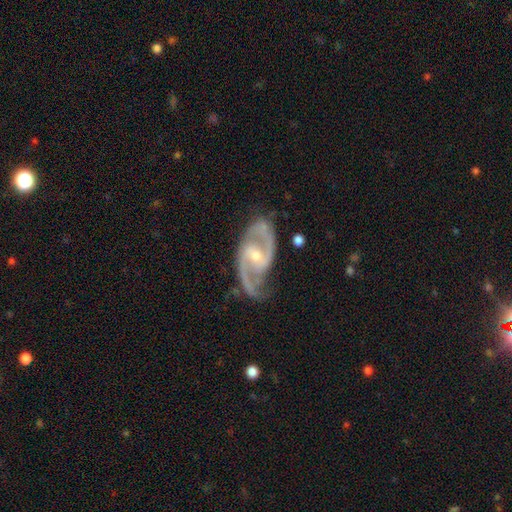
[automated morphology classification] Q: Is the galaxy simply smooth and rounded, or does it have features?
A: featured or disk — 93%.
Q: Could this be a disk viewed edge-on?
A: no — 97%.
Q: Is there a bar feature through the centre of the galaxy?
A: weak — 44%.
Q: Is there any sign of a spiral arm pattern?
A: yes — 98%.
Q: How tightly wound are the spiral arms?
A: medium — 62%.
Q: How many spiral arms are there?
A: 2 — 92%.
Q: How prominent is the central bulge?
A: small — 56%.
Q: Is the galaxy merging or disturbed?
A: none — 73%.